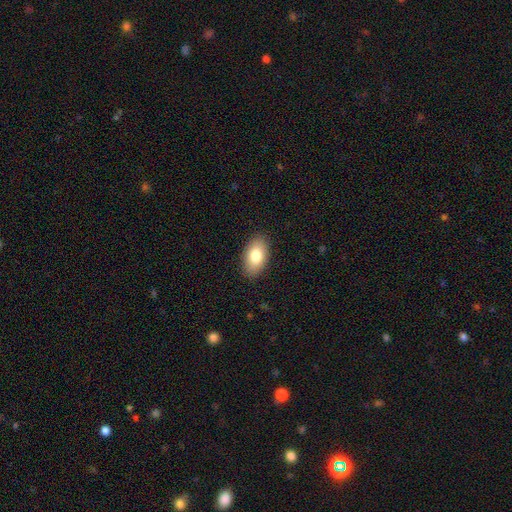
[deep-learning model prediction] A smooth galaxy with no disk features (80%) that is in between round and cigar-shaped (94%). Merging: none (88%).